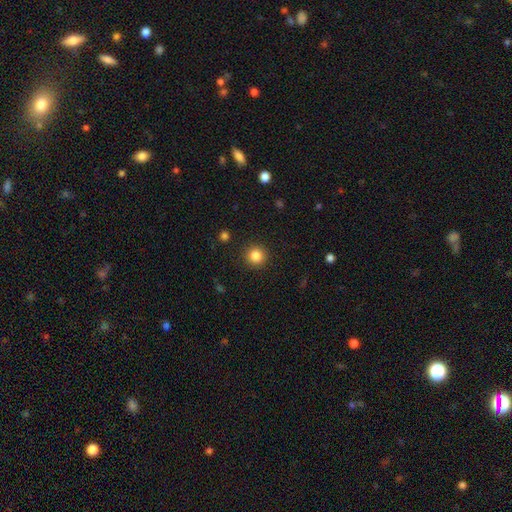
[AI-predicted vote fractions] Smooth or featured: smooth — 84% (star or artifact — 11%)
How rounded: round — 95% (in between — 4%)
Merging: none — 92% (minor disturbance — 5%)